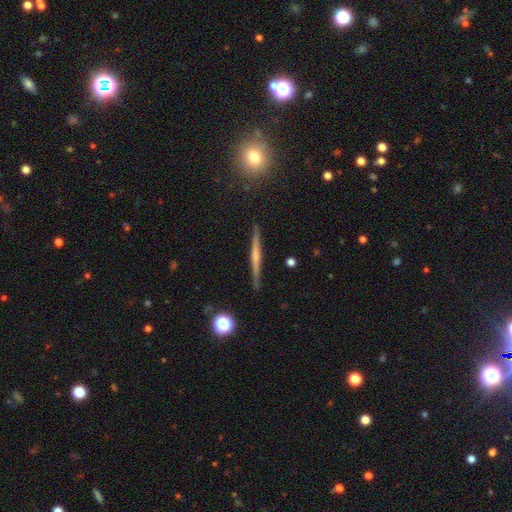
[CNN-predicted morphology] type=featured or disk (56%); edge-on=yes (97%); edge-on bulge=none (54%); merging=none (89%).